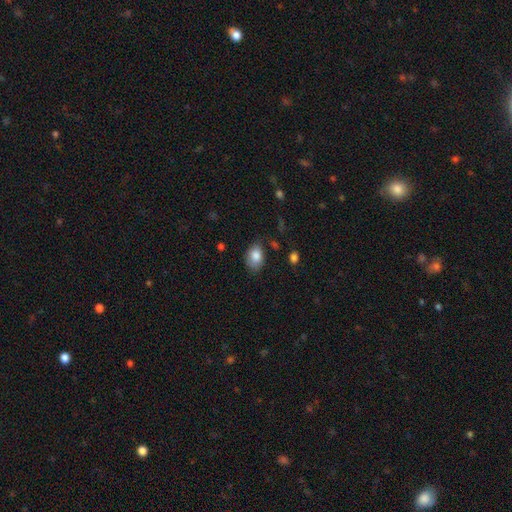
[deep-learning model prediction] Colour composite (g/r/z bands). It shows a smooth galaxy with no disk features (84%) that is in between round and cigar-shaped (81%). Merging: none (68%).